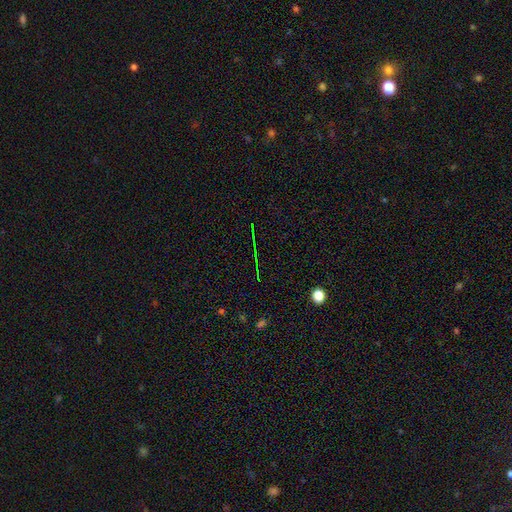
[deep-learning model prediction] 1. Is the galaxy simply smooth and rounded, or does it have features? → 72% star or artifact, 14% featured or disk, 14% smooth.